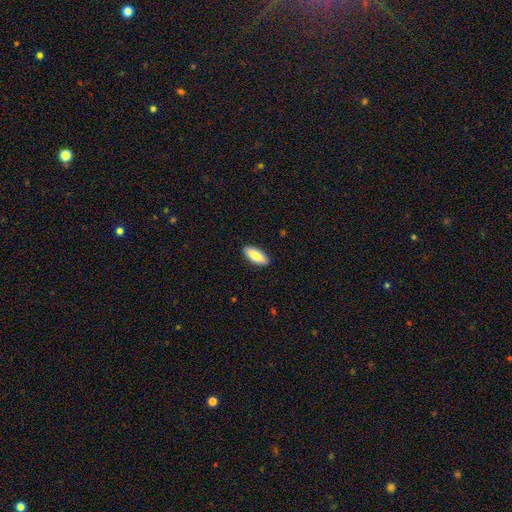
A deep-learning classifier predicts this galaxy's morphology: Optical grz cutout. It shows a smooth galaxy with no disk features (87%) that is in between round and cigar-shaped (86%). Merging: none (89%).